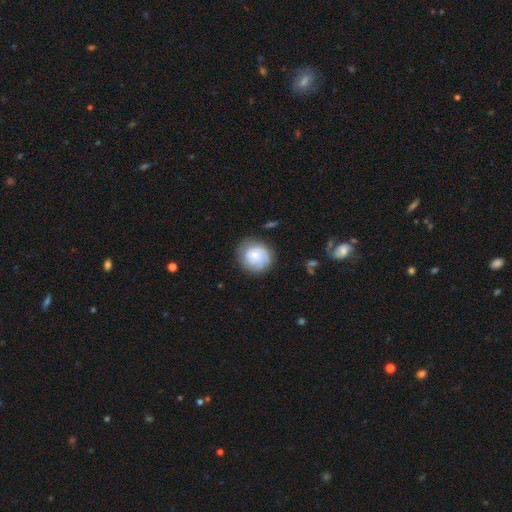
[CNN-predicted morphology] Smooth or featured?
  - smooth: 51% *
  - featured or disk: 41%
  - star or artifact: 8%
How rounded?
  - round: 86% *
  - in between: 13%
  - cigar-shaped: 1%
Merging?
  - none: 73% *
  - minor disturbance: 18%
  - major disturbance: 7%
  - merger: 2%